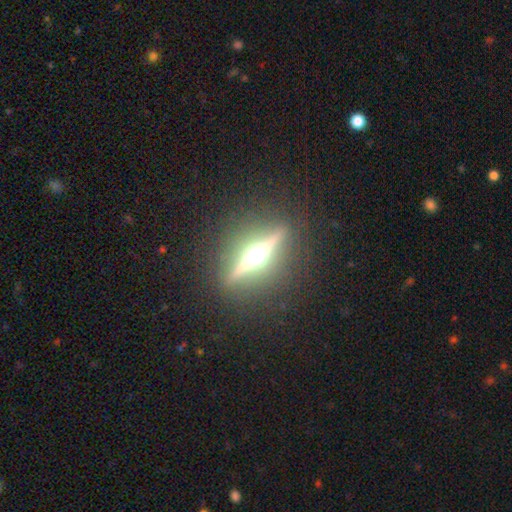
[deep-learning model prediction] Smooth or featured? featured or disk (82%)
Edge-on disk? yes (95%)
Edge-on bulge? rounded (96%)
Merging? none (88%)